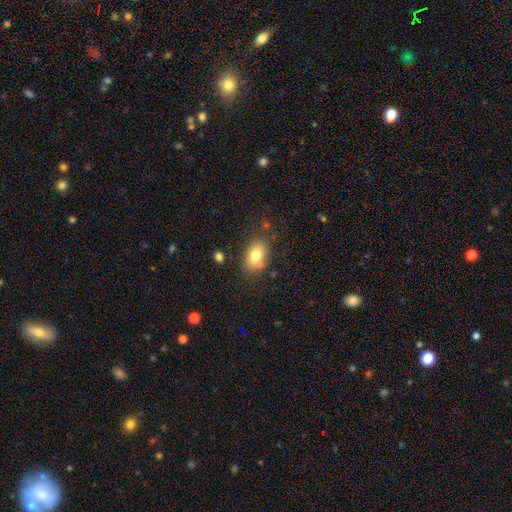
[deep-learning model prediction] Q: Smooth or featured?
A: smooth (80%); runner-up: featured or disk (12%)
Q: How rounded?
A: in between (80%); runner-up: round (19%)
Q: Merging?
A: none (76%); runner-up: minor disturbance (16%)